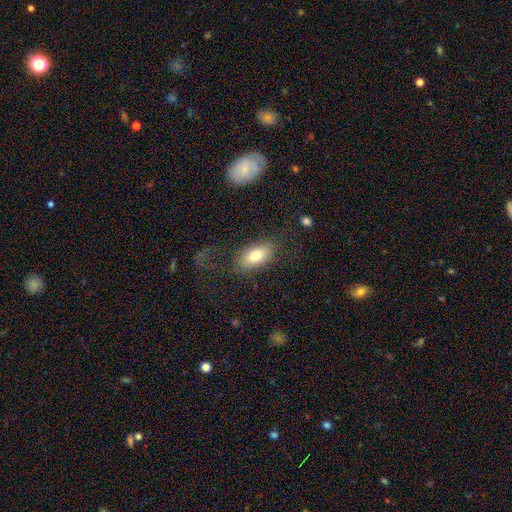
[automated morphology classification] Overall: smooth (75%). How rounded: in between (91%). Merging: none (68%).